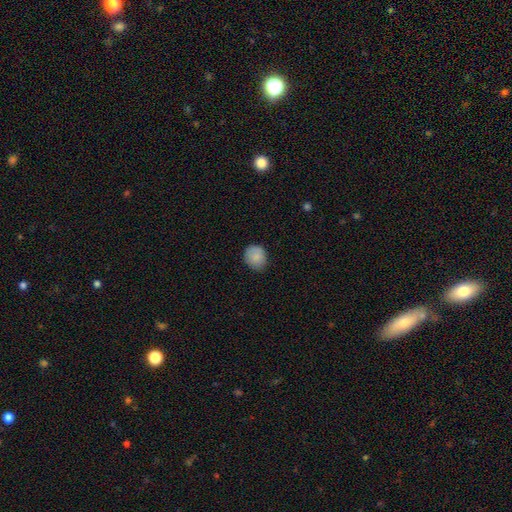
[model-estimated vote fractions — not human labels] smooth 84%, featured or disk 8%, star or artifact 8%. Down the decision tree: how rounded — round (71%); merging — none (79%).